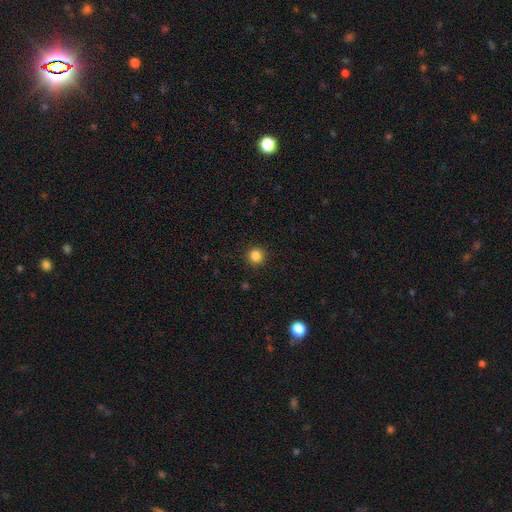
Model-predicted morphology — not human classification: This appears to be a smooth galaxy with no disk features (84%) that is round (95%). Merging: none (92%).